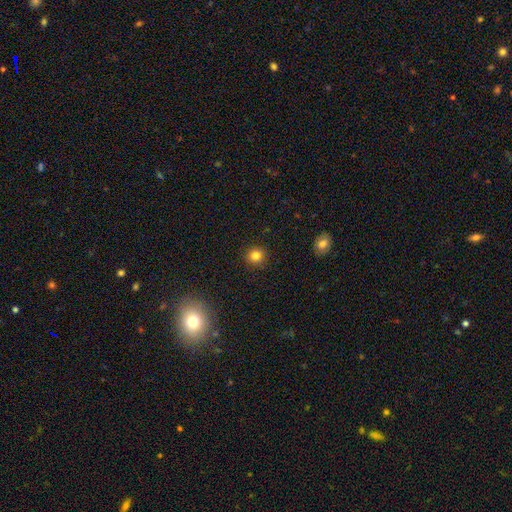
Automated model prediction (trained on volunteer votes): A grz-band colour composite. It shows a smooth galaxy with no disk features (82%) that is round (91%). Merging: none (91%).